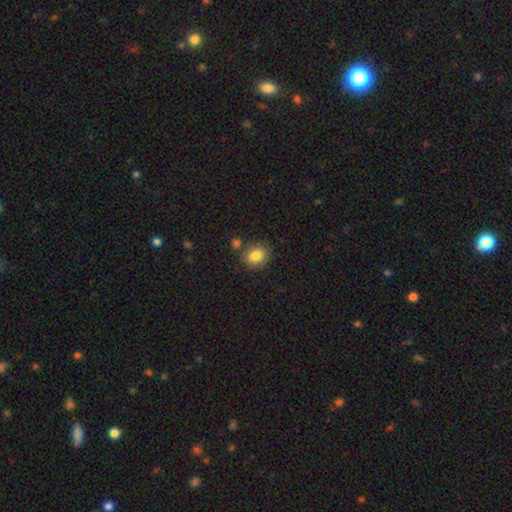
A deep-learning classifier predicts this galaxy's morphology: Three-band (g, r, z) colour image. It shows a smooth galaxy with no disk features (84%) that is round (57%). Merging: none (77%).